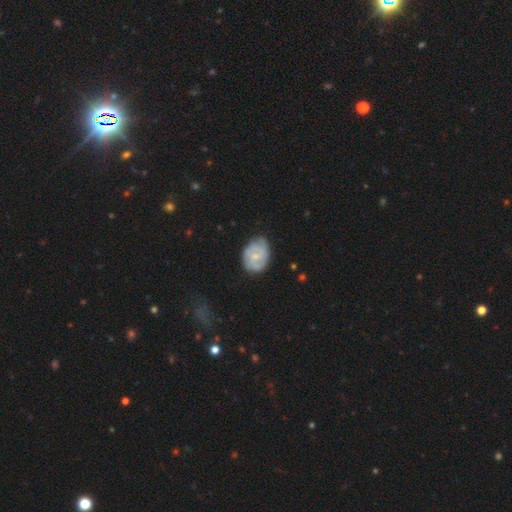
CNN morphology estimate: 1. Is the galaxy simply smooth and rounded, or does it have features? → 59% featured or disk, 36% smooth, 6% star or artifact.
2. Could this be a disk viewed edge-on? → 97% no, 3% yes.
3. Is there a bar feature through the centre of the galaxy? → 64% no, 32% weak, 4% strong.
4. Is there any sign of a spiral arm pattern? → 78% yes, 22% no.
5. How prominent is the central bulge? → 61% small, 32% moderate, 5% none, 1% large, 1% dominant.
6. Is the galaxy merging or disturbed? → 67% none, 26% minor disturbance, 6% major disturbance, 2% merger.